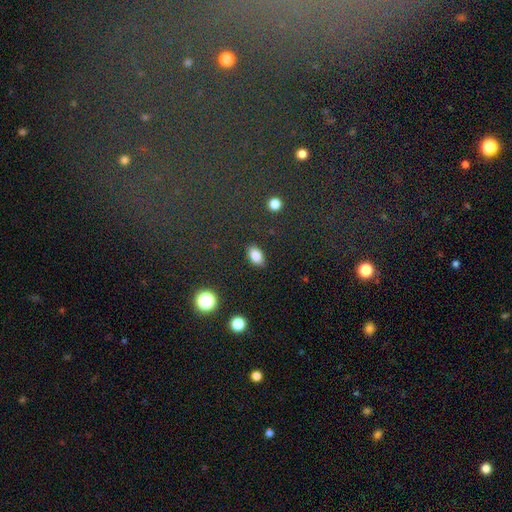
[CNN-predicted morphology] Overall: smooth (83%). How rounded: in between (89%). Merging: none (85%).